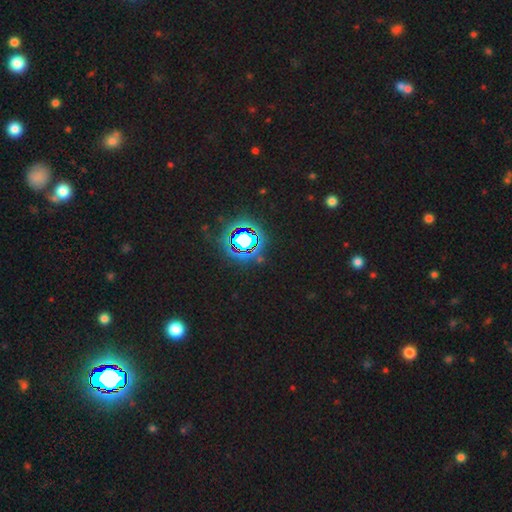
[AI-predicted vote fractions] The model was most divided on "smooth or featured": star or artifact: 82%, smooth: 11%, featured or disk: 6%.